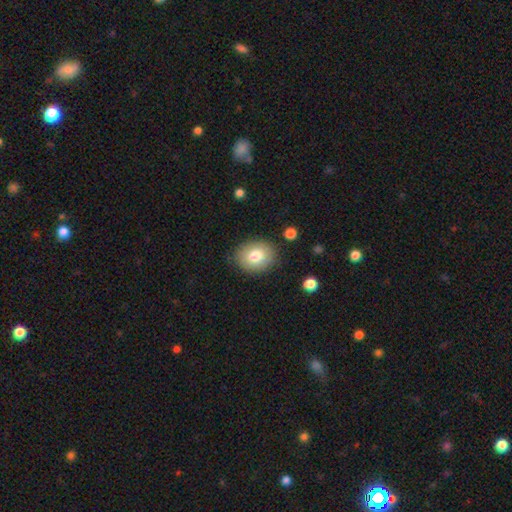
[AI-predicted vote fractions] The model was most divided on "how rounded": round: 52%, in between: 47%, cigar-shaped: 1%. More confident: merging — none (84%); smooth or featured — smooth (79%).